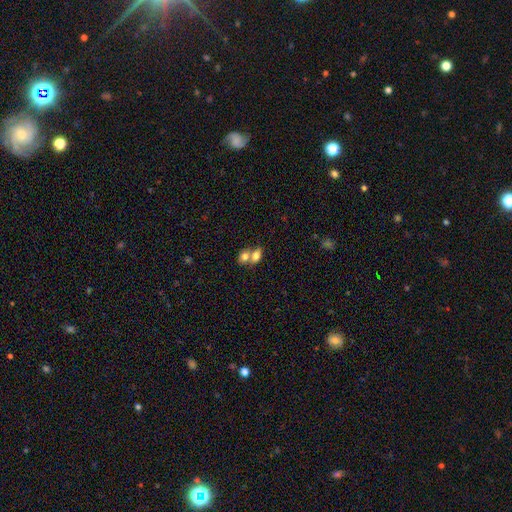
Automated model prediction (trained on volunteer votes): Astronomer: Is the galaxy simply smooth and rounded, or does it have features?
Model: smooth — 76%.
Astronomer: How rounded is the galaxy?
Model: in between — 67%.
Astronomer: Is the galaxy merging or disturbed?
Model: merger — 67%.